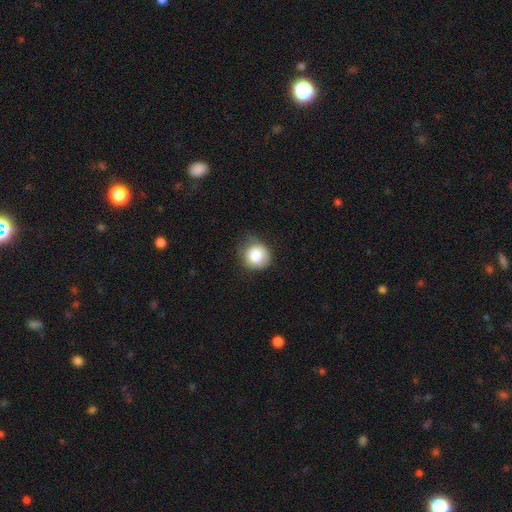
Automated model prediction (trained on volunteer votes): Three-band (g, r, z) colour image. It shows a smooth galaxy with no disk features (78%) that is round (86%). Merging: none (60%).